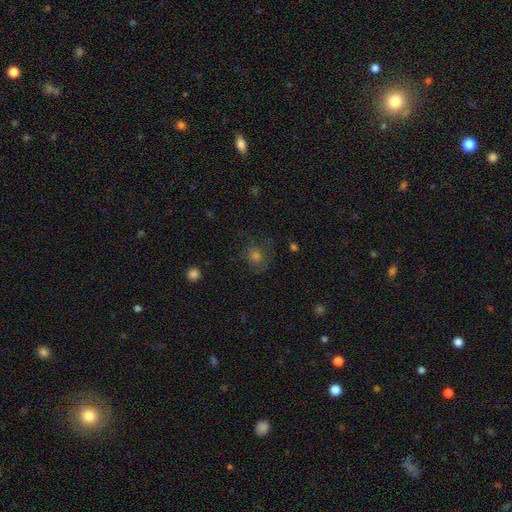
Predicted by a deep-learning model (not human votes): The model was most divided on "smooth or featured": smooth: 60%, star or artifact: 23%, featured or disk: 17%. More confident: how rounded — round (83%); merging — none (72%).